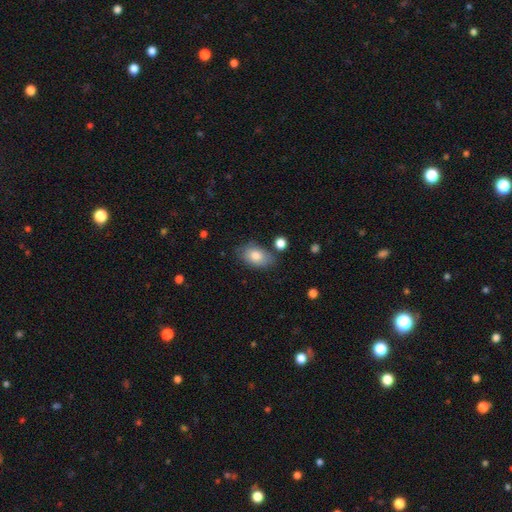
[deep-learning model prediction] This is clearly a smooth galaxy (81%). How rounded: clearly in between (89%). Merging: likely none (70%).